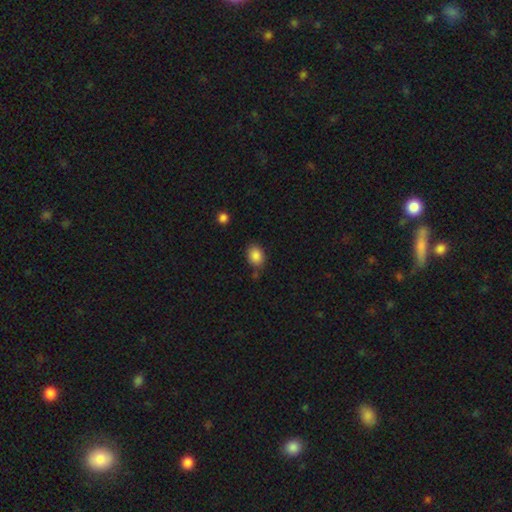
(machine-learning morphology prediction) Smooth or featured?
  - smooth: 87% *
  - star or artifact: 9%
  - featured or disk: 4%
How rounded?
  - in between: 56% *
  - round: 43%
  - cigar-shaped: 1%
Merging?
  - none: 77% *
  - minor disturbance: 15%
  - merger: 5%
  - major disturbance: 4%